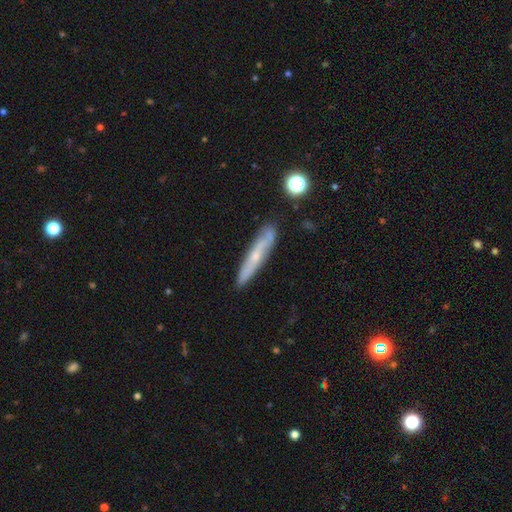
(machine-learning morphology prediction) smooth_or_featured: featured or disk (p=0.50) [alt: smooth p=0.42]
disk_edge_on: yes (p=0.77) [alt: no p=0.23]
merging: none (p=0.79) [alt: minor disturbance p=0.15]